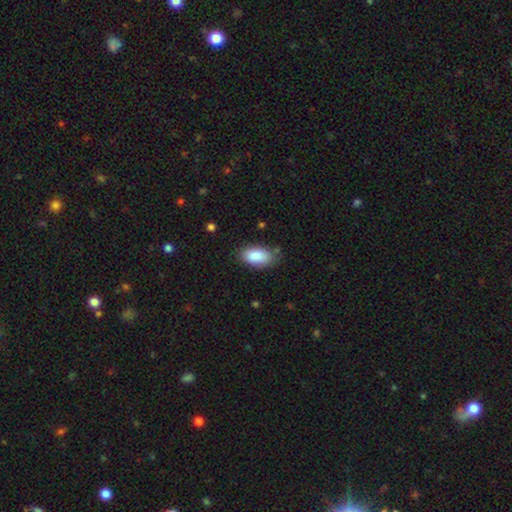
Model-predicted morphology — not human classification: type=smooth (86%); roundness=in between (94%); merging=none (79%).